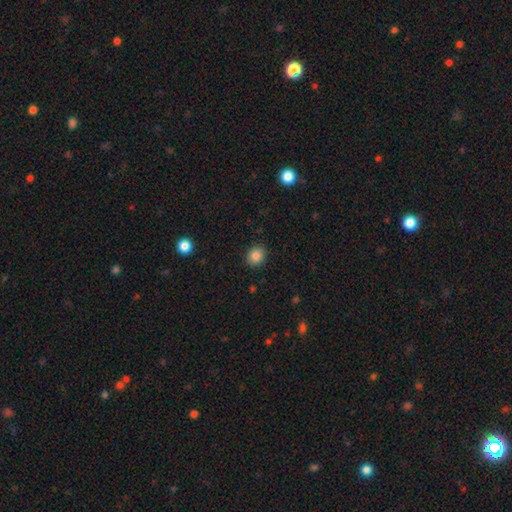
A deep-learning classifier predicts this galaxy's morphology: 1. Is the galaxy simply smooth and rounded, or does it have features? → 84% smooth, 10% star or artifact, 6% featured or disk.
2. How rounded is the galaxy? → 73% round, 26% in between, 1% cigar-shaped.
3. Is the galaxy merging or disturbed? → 90% none, 7% minor disturbance, 2% major disturbance, 1% merger.